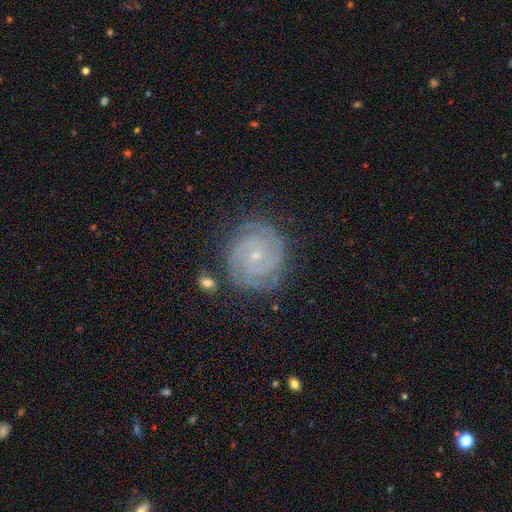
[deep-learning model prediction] Smooth or featured? Predicted: featured or disk (p=0.87). Edge-on disk? Predicted: no (p=0.98). Bar? Predicted: no (p=0.72). Spiral arms? Predicted: yes (p=0.98). Spiral winding? Predicted: tight (p=0.82). Spiral arm count? Predicted: 2 (p=0.51). Bulge size? Predicted: small (p=0.82). Merging? Predicted: none (p=0.83).